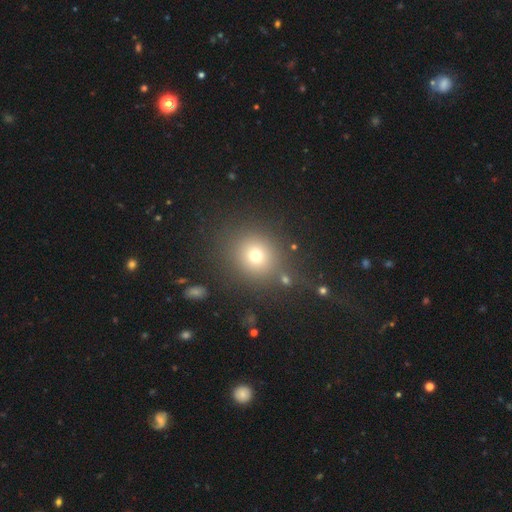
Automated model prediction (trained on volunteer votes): A smooth galaxy with no disk features (71%) that is round (86%).

Vote fractions:
- Smooth or featured? smooth: 71% / star or artifact: 19% / featured or disk: 11%
- How rounded? round: 86% / in between: 13% / cigar-shaped: 1%
- Merging? none: 80% / minor disturbance: 9% / major disturbance: 5% / merger: 5%